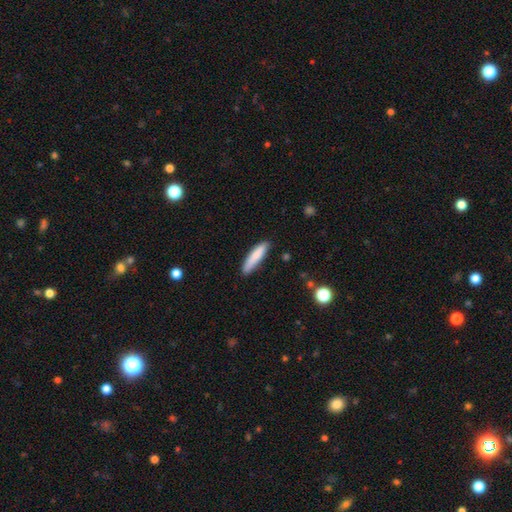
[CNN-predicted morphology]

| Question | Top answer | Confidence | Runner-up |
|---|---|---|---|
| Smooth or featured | smooth | 82% | featured or disk (12%) |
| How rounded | cigar-shaped | 78% | in between (20%) |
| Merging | none | 81% | minor disturbance (15%) |